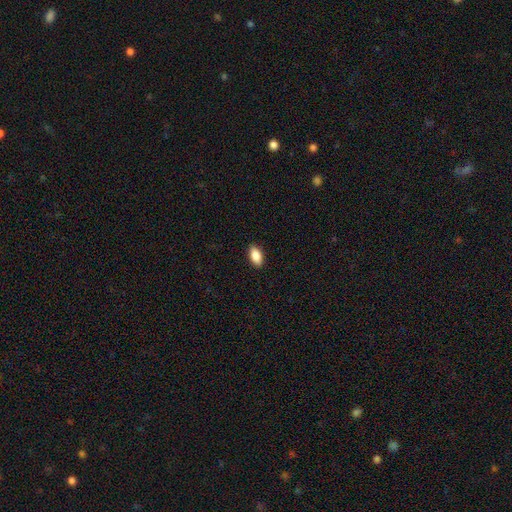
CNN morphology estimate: smooth_or_featured: smooth (p=0.87) [alt: star or artifact p=0.07]
how_rounded: in between (p=0.91) [alt: cigar-shaped p=0.06]
merging: none (p=0.89) [alt: minor disturbance p=0.08]